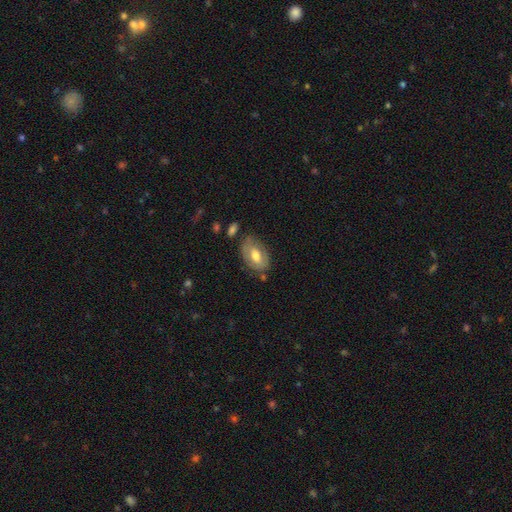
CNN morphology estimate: A smooth galaxy with no disk features (56%) that is in between round and cigar-shaped (89%). Merging: none (67%).